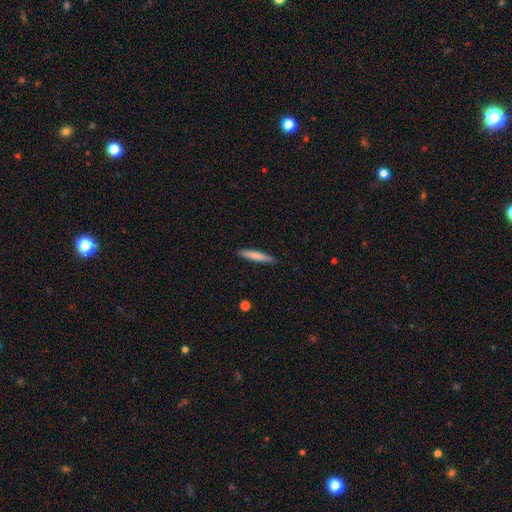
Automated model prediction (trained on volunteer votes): smooth_or_featured: smooth (p=0.77) [alt: featured or disk p=0.17]
how_rounded: cigar-shaped (p=0.93) [alt: in between p=0.05]
merging: none (p=0.90) [alt: minor disturbance p=0.07]